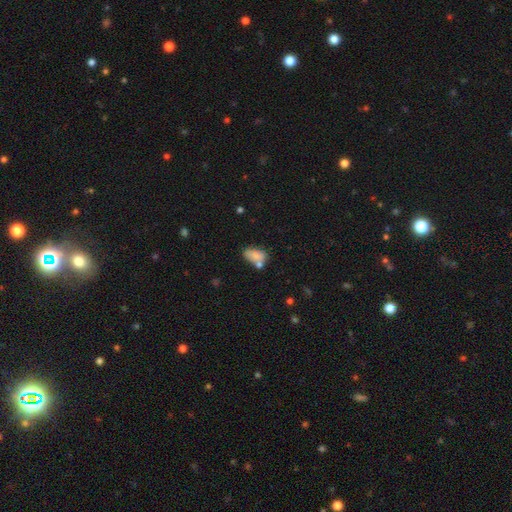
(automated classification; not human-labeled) This is likely a smooth galaxy (76%). How rounded: clearly in between (88%). Merging: possibly none (45%).